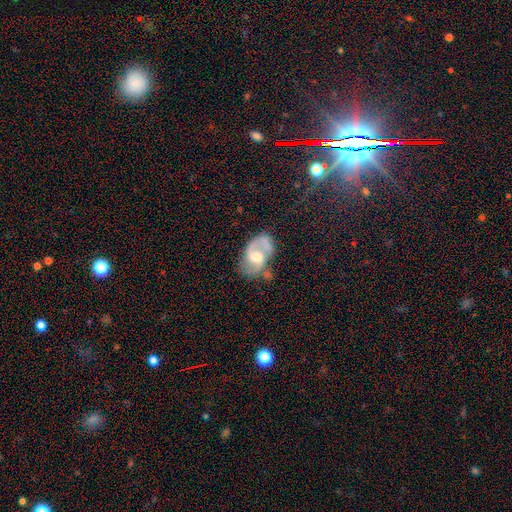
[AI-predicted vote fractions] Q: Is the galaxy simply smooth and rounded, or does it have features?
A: featured or disk — 79%.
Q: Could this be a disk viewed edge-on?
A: no — 97%.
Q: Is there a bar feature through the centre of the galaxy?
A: weak — 51%.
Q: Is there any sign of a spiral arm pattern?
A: yes — 91%.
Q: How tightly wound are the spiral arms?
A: medium — 51%.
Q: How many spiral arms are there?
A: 2 — 82%.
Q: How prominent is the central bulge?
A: moderate — 56%.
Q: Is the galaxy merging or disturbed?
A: none — 54%.